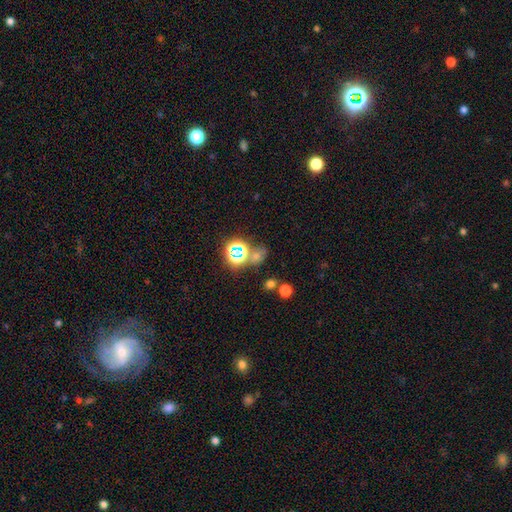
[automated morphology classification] Smooth or featured? star or artifact (60%)